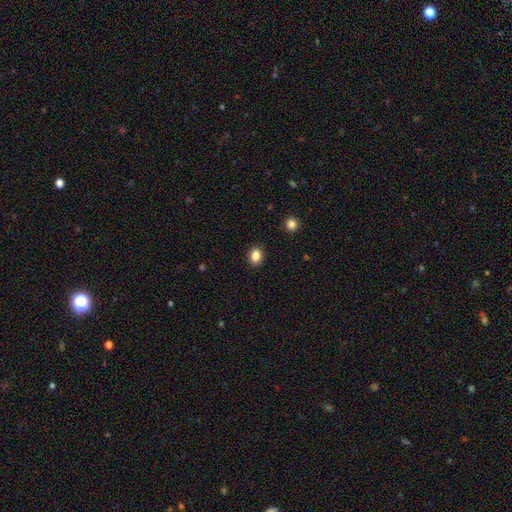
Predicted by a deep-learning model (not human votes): Smooth or featured?
  - smooth: 85% *
  - star or artifact: 10%
  - featured or disk: 5%
How rounded?
  - in between: 63% *
  - round: 36%
  - cigar-shaped: 1%
Merging?
  - none: 89% *
  - minor disturbance: 8%
  - major disturbance: 2%
  - merger: 1%